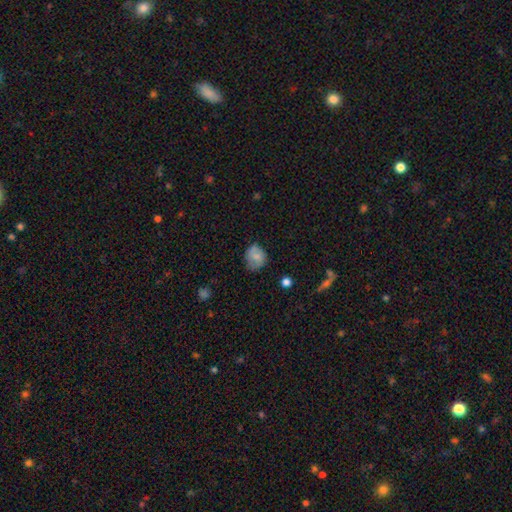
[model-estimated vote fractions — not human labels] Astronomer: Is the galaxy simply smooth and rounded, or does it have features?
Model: smooth — 72%.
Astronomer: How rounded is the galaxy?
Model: round — 67%.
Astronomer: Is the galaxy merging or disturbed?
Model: none — 63%.